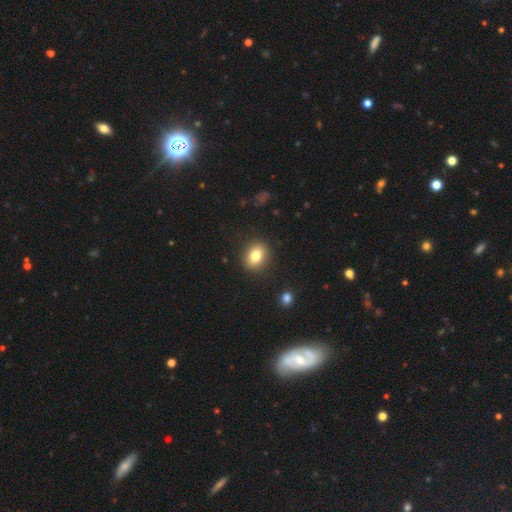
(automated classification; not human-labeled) This appears to be a smooth galaxy with no disk features (80%) that is round (51%). Merging: none (88%).